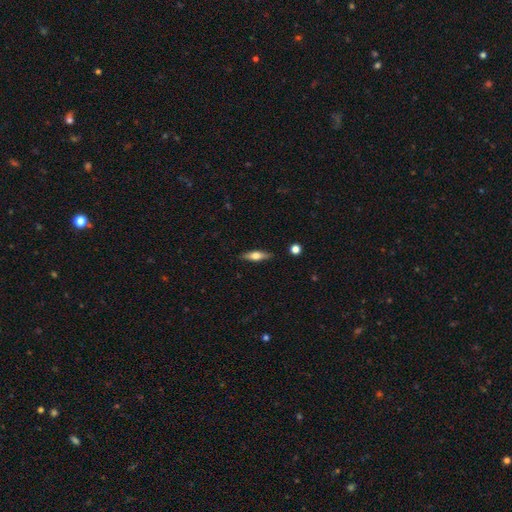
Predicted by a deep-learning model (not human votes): Smooth or featured: featured or disk — 48% (smooth — 46%)
Merging: none — 86% (minor disturbance — 10%)